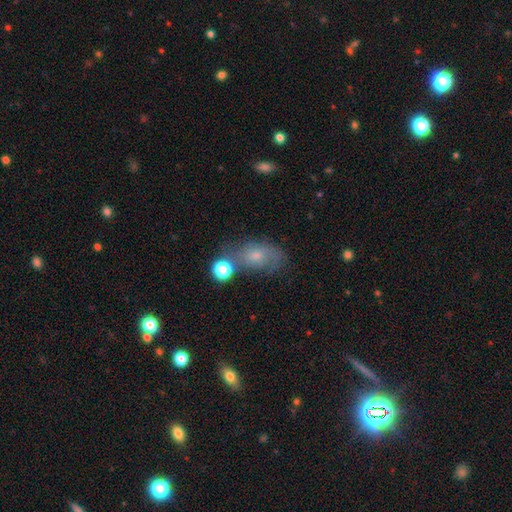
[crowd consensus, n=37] A featured or disk galaxy (54%) with no bar (83%), medium (50%) spiral arms (89%) and a small central bulge (56%). Merging: none (64%).